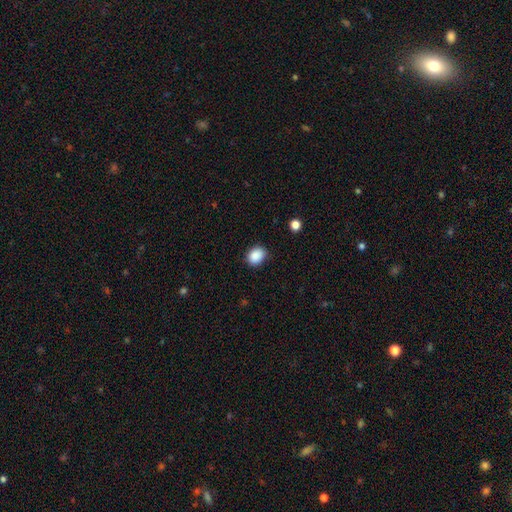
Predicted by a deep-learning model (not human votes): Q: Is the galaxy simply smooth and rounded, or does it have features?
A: smooth — 89%.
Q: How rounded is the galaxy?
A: in between — 52%.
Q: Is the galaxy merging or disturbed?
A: none — 84%.